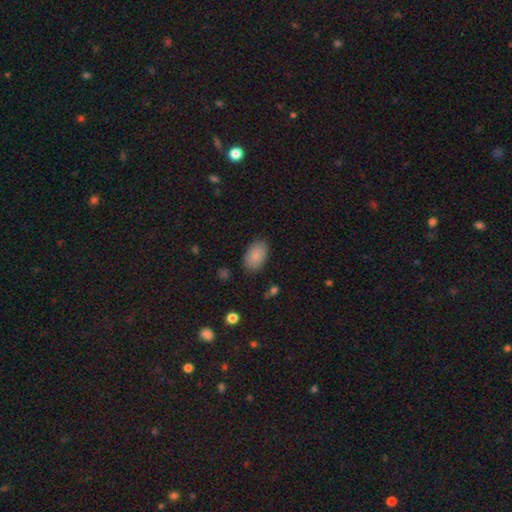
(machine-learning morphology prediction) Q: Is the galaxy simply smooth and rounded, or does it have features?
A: smooth — 86%.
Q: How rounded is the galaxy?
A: in between — 91%.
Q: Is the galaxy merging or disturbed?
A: none — 84%.